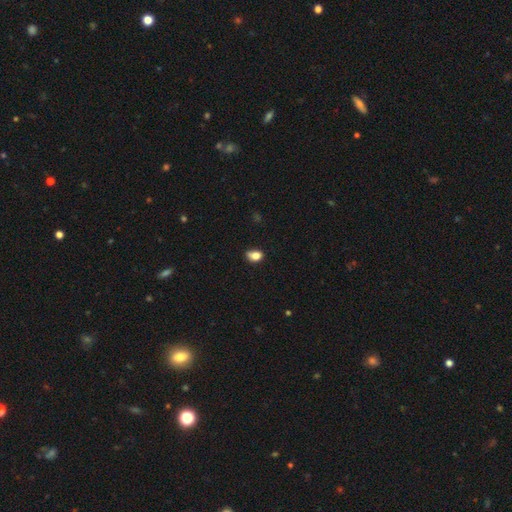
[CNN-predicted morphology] A smooth galaxy with no disk features (80%) that is in between round and cigar-shaped (73%).

Vote fractions:
- Smooth or featured? smooth: 80% / star or artifact: 10% / featured or disk: 9%
- How rounded? in between: 73% / round: 25% / cigar-shaped: 2%
- Merging? none: 49% / minor disturbance: 35% / major disturbance: 10% / merger: 6%